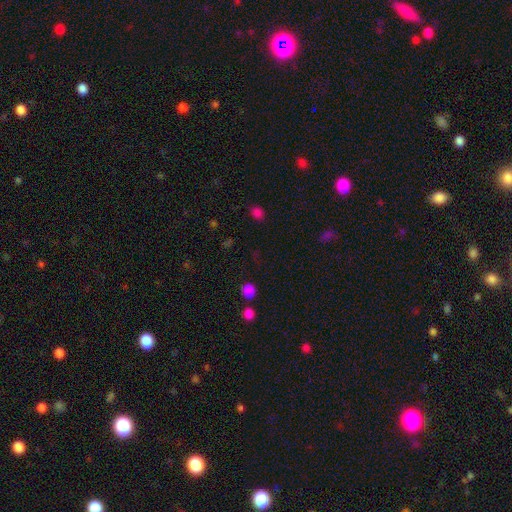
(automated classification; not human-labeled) This is likely a smooth galaxy (64%). How rounded: likely round (78%). Merging: likely none (79%).